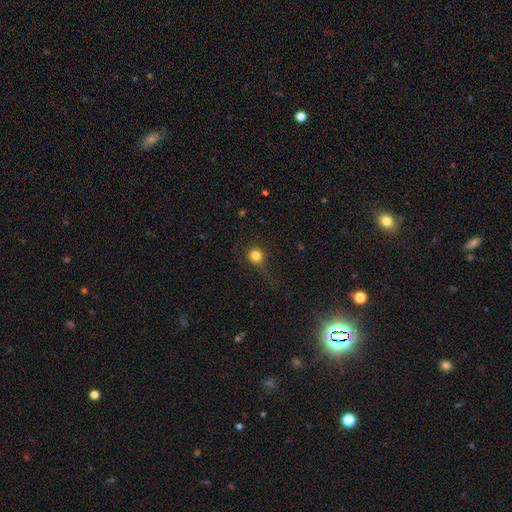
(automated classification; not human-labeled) Q: Smooth or featured?
A: smooth (81%); runner-up: star or artifact (13%)
Q: How rounded?
A: round (89%); runner-up: in between (10%)
Q: Merging?
A: none (71%); runner-up: minor disturbance (18%)